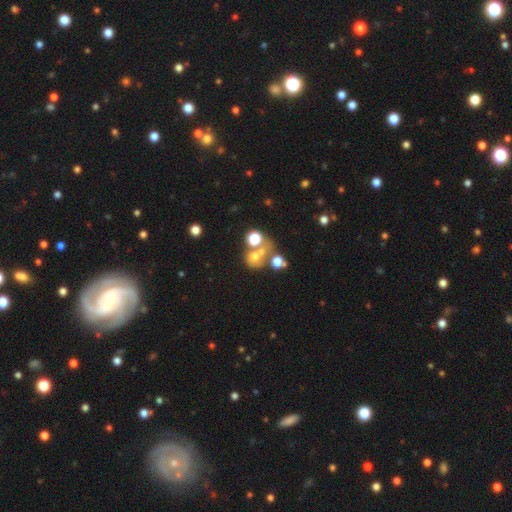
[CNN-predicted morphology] The model was most divided on "merging": merger: 47%, none: 34%, major disturbance: 10%, minor disturbance: 9%. More confident: how rounded — round (73%); smooth or featured — smooth (54%).